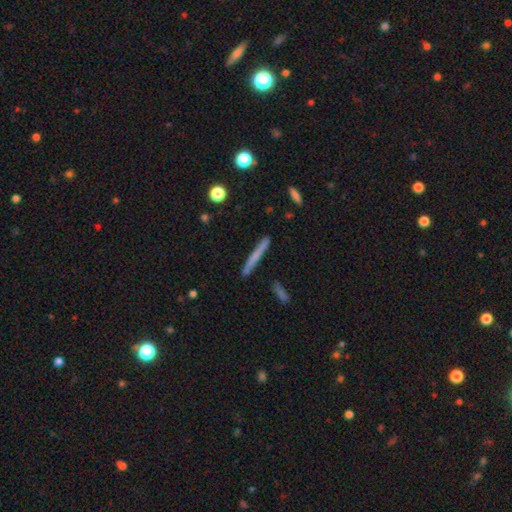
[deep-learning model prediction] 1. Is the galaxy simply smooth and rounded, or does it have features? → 58% smooth, 35% featured or disk, 7% star or artifact.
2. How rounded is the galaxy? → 96% cigar-shaped, 2% in between, 2% round.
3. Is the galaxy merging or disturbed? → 87% none, 9% minor disturbance, 2% merger, 2% major disturbance.